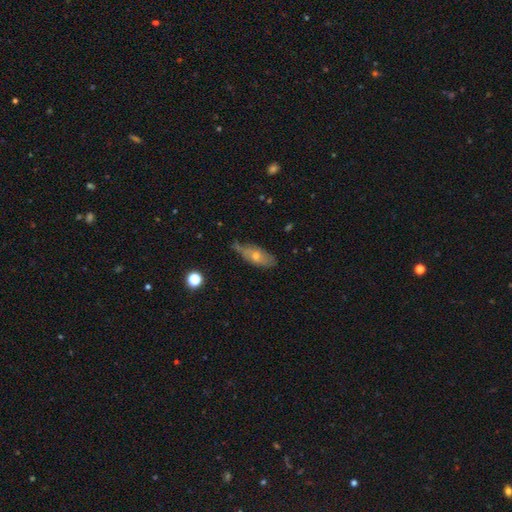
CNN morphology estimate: smooth 47%, featured or disk 42%, star or artifact 10%. Down the decision tree: merging — none (59%).